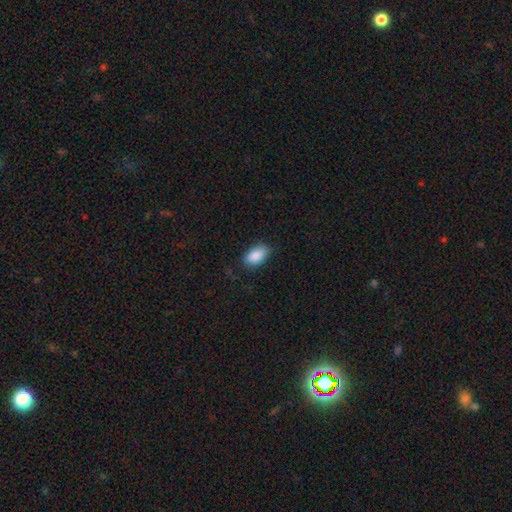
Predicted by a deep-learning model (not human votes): The model was most divided on "merging": none: 77%, minor disturbance: 18%, major disturbance: 4%, merger: 1%. More confident: how rounded — in between (91%); smooth or featured — smooth (88%).